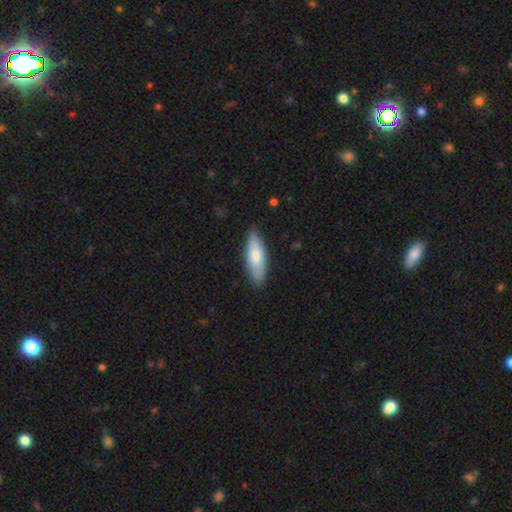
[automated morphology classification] smooth_or_featured: smooth (p=0.75) [alt: featured or disk p=0.20]
how_rounded: in between (p=0.59) [alt: cigar-shaped p=0.39]
merging: none (p=0.84) [alt: minor disturbance p=0.13]